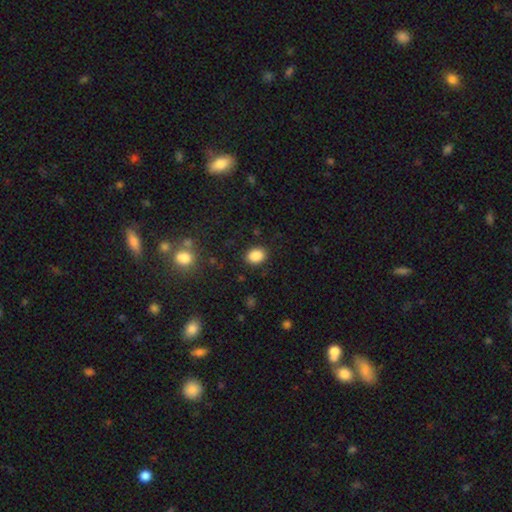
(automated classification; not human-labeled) The model was most divided on "how rounded": in between: 66%, round: 33%, cigar-shaped: 1%. More confident: merging — none (88%); smooth or featured — smooth (87%).